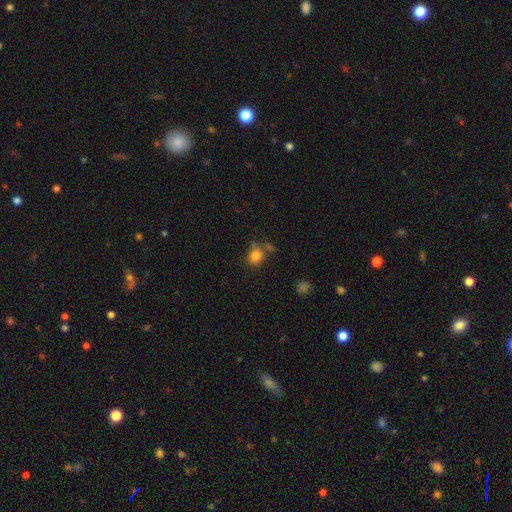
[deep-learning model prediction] smooth_or_featured: smooth (p=0.82) [alt: star or artifact p=0.12]
how_rounded: round (p=0.63) [alt: in between p=0.36]
merging: none (p=0.62) [alt: minor disturbance p=0.17]